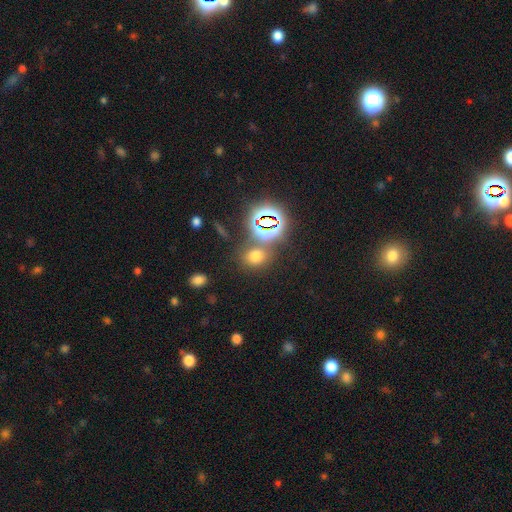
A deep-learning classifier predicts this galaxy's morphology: The model was most divided on "smooth or featured": smooth: 60%, star or artifact: 32%, featured or disk: 8%. More confident: merging — none (70%); how rounded — round (64%).